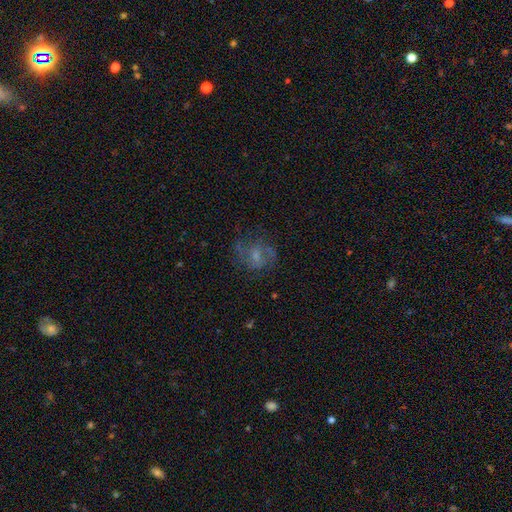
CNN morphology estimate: Smooth or featured? featured or disk (57%)
Edge-on disk? no (97%)
Bar? no (53%)
Spiral arms? yes (71%)
Bulge size? small (44%)
Merging? none (60%)